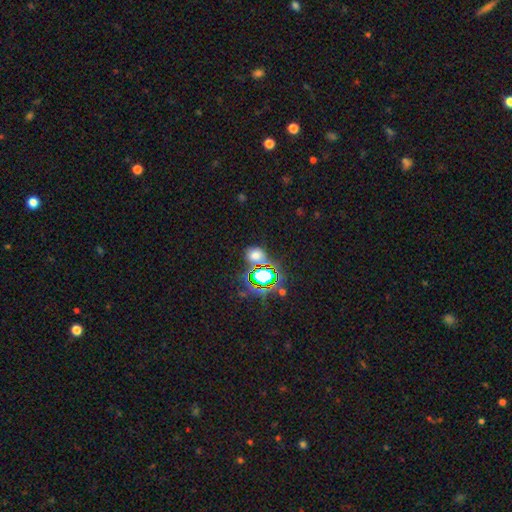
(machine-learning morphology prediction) Overall: smooth (53%; star or artifact 40%). How rounded: round (54%; in between 44%). Merging: none (69%).